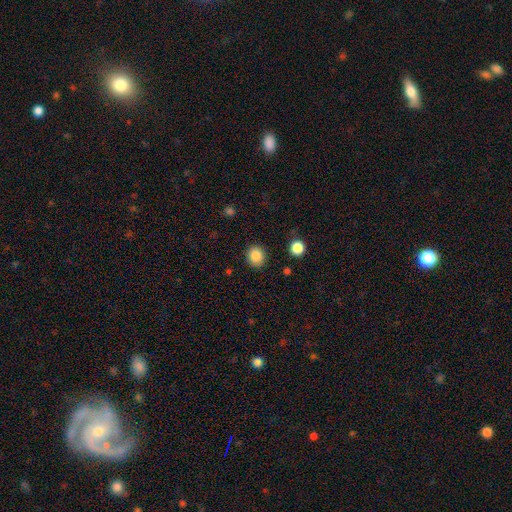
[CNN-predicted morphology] Smooth or featured? Predicted: smooth (p=0.86). How rounded? Predicted: round (p=0.84). Merging? Predicted: none (p=0.88).